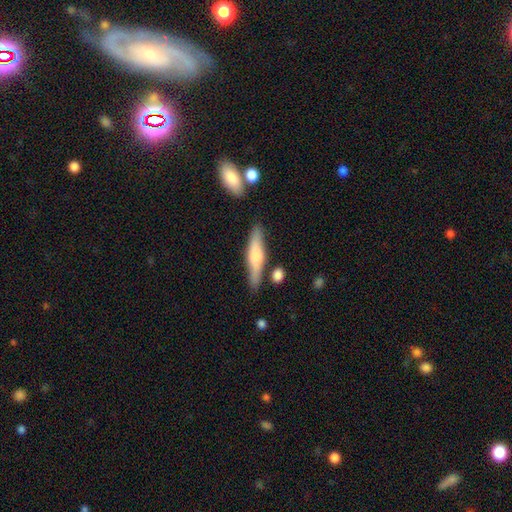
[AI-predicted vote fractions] smooth 53%, featured or disk 41%, star or artifact 6%. Down the decision tree: how rounded — cigar-shaped (79%); merging — none (78%).